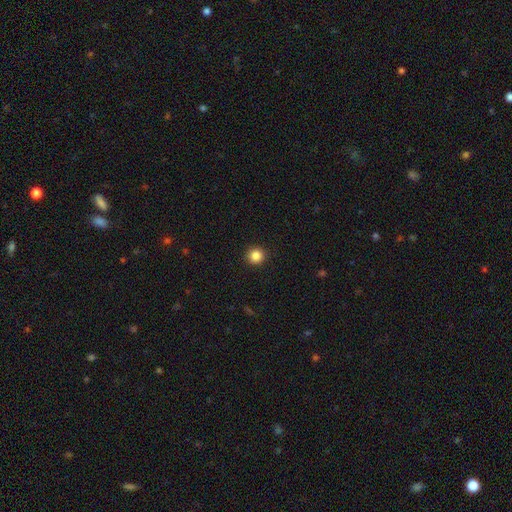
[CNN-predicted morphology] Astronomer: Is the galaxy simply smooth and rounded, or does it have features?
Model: smooth — 85%.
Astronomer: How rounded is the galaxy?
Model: round — 94%.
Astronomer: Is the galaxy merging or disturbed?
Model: none — 93%.